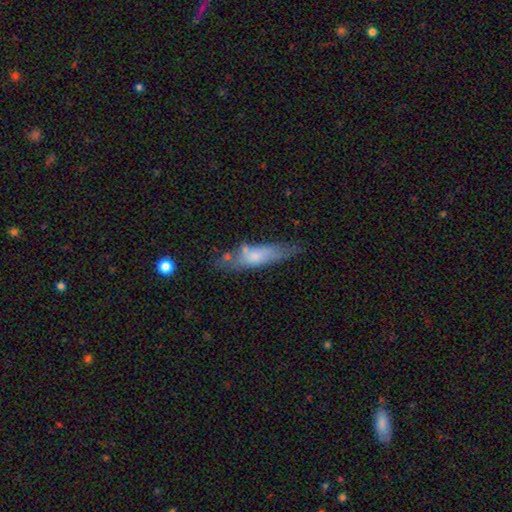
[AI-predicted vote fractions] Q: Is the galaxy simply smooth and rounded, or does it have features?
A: smooth — 60%.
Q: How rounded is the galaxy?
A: cigar-shaped — 64%.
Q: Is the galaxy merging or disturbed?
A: none — 60%.